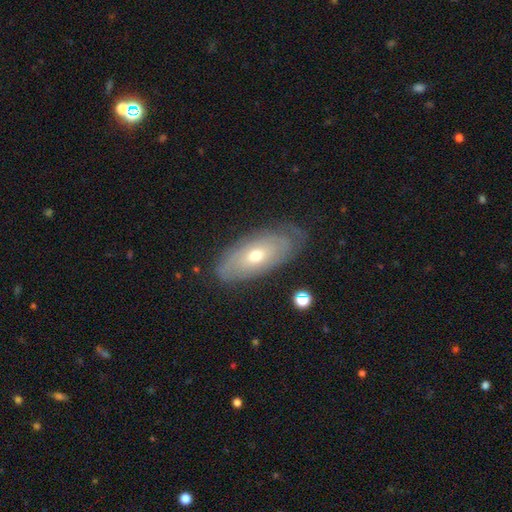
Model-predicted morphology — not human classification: Q: Smooth or featured?
A: featured or disk (55%); runner-up: smooth (38%)
Q: Edge-on disk?
A: no (83%); runner-up: yes (17%)
Q: Merging?
A: none (75%); runner-up: minor disturbance (19%)